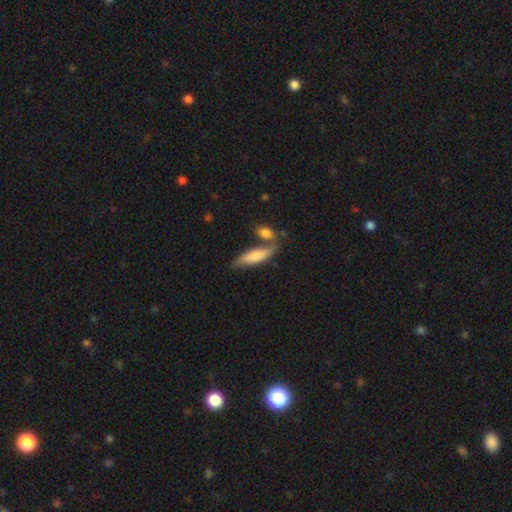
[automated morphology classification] Smooth or featured?
  - smooth: 73% *
  - featured or disk: 22%
  - star or artifact: 6%
How rounded?
  - cigar-shaped: 57% *
  - in between: 41%
  - round: 2%
Merging?
  - none: 54% *
  - merger: 25%
  - minor disturbance: 16%
  - major disturbance: 5%